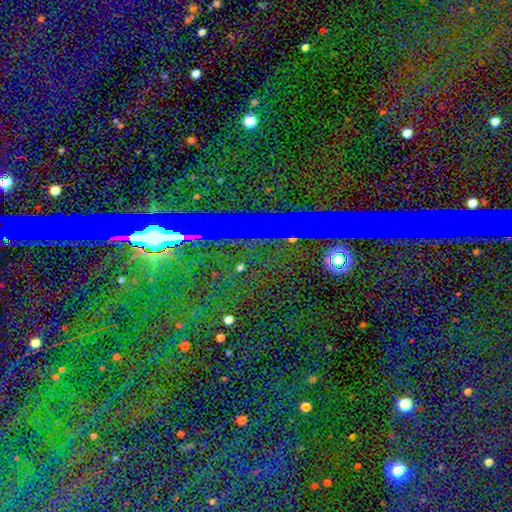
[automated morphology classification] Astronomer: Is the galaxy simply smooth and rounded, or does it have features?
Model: star or artifact — 87%.